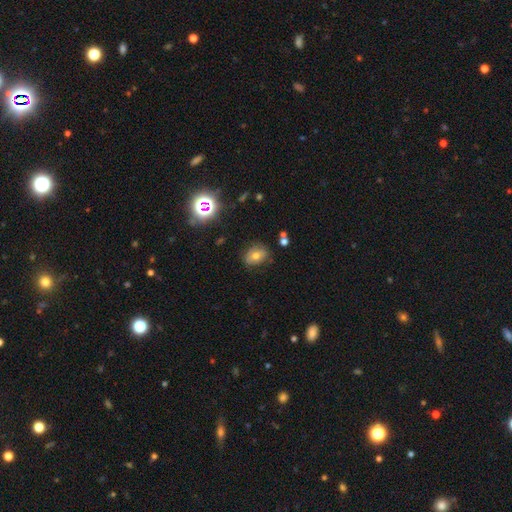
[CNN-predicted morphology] Smooth or featured? Predicted: smooth (p=0.60). How rounded? Predicted: in between (p=0.62). Merging? Predicted: none (p=0.74).